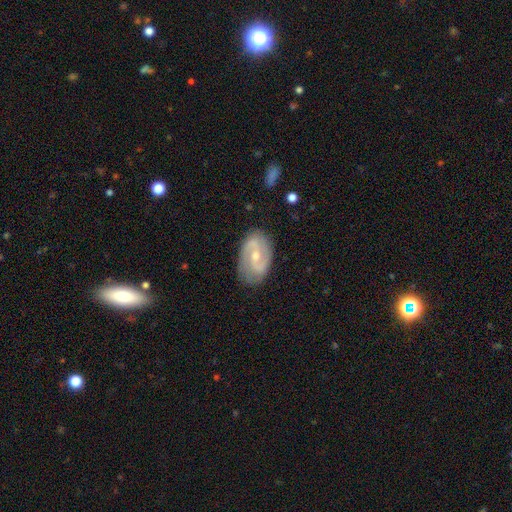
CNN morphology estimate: Overall: featured or disk (81%). Edge-on disk: no (96%). Bar: weak (50%; no 34%). Spiral arms: yes (93%). Spiral arm count: 2 (89%). Spiral winding: medium (49%; tight 28%). Bulge size: moderate (49%; small 47%). Merging: none (81%).